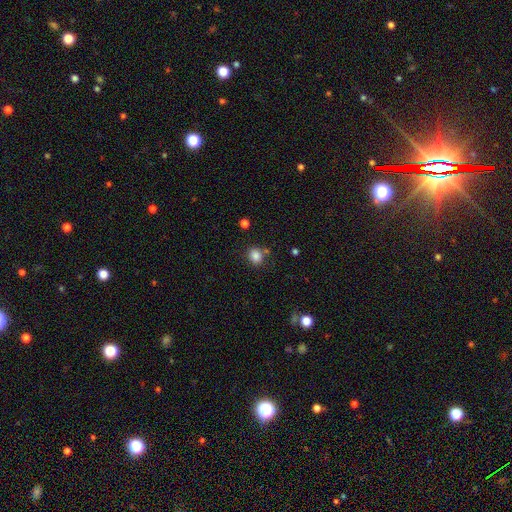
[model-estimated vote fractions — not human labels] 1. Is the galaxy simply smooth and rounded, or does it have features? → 84% smooth, 11% star or artifact, 5% featured or disk.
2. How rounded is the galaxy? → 65% round, 34% in between, 1% cigar-shaped.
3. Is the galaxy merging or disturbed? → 76% none, 13% minor disturbance, 7% merger, 4% major disturbance.